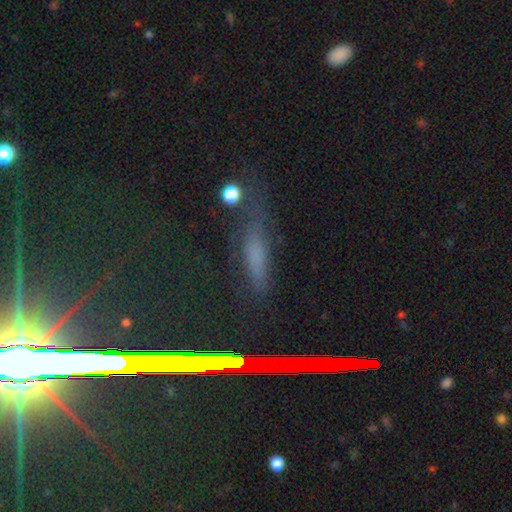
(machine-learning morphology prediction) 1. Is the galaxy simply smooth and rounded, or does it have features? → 45% smooth, 31% star or artifact, 24% featured or disk.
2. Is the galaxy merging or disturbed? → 72% none, 18% minor disturbance, 7% major disturbance, 4% merger.